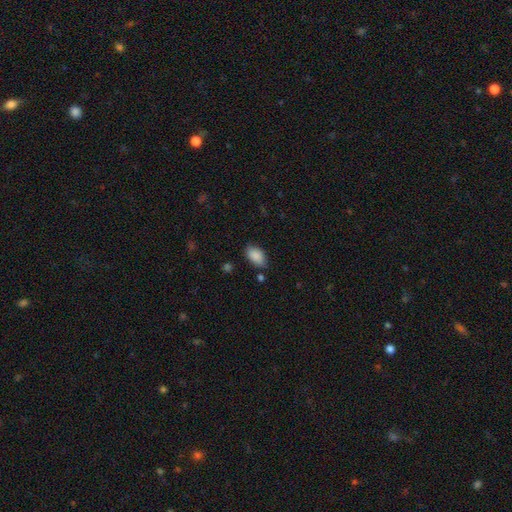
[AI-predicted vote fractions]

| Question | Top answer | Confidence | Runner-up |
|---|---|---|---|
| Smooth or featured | smooth | 88% | star or artifact (7%) |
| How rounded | in between | 91% | round (7%) |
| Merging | none | 76% | minor disturbance (18%) |